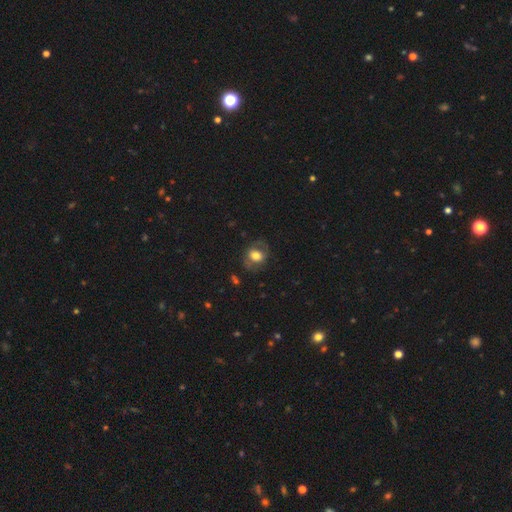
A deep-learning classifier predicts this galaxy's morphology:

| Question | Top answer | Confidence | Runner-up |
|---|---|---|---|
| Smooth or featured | smooth | 59% | featured or disk (33%) |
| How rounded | round | 50% | in between (49%) |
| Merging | none | 71% | minor disturbance (17%) |